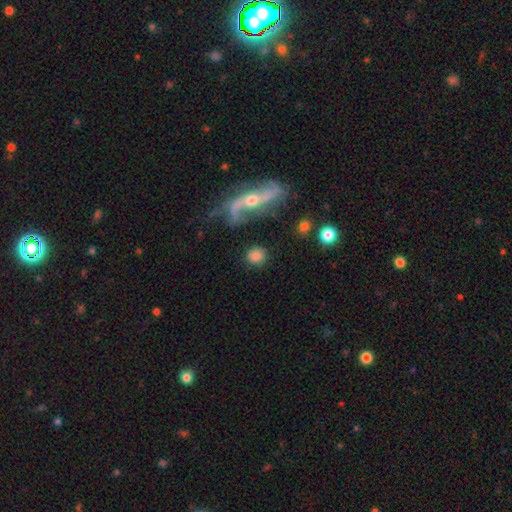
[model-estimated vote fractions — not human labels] This is likely a smooth galaxy (71%). How rounded: clearly round (81%). Merging: clearly none (81%).